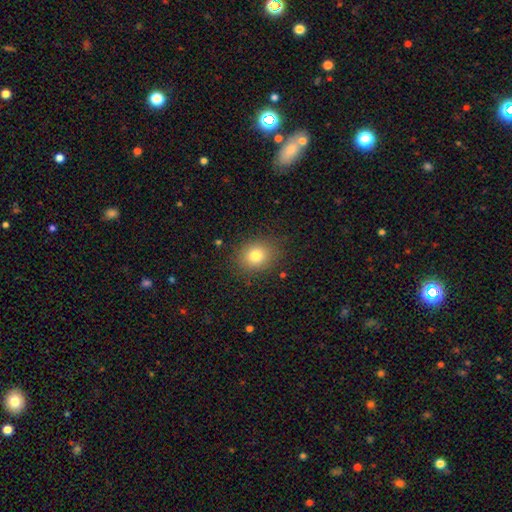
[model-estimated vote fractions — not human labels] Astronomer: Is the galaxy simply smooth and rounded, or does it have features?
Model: smooth — 79%.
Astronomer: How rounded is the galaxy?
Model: round — 69%.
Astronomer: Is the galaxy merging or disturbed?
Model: none — 86%.